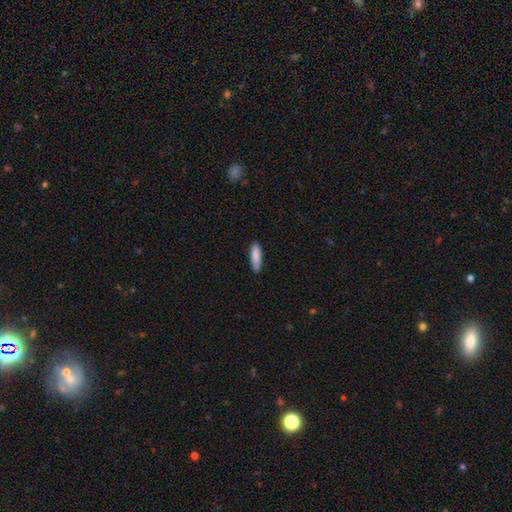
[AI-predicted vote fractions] Smooth or featured?
  - smooth: 87% *
  - featured or disk: 7%
  - star or artifact: 6%
How rounded?
  - cigar-shaped: 68% *
  - in between: 31%
  - round: 1%
Merging?
  - none: 86% *
  - minor disturbance: 11%
  - major disturbance: 2%
  - merger: 1%